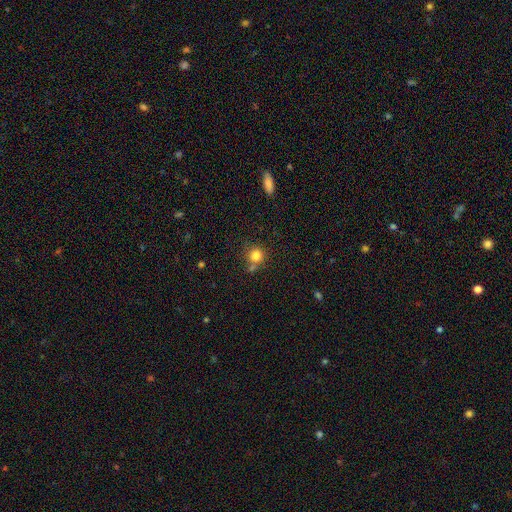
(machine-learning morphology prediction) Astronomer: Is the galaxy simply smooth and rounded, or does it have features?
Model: smooth — 82%.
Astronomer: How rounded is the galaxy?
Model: round — 88%.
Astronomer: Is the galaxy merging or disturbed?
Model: none — 66%.